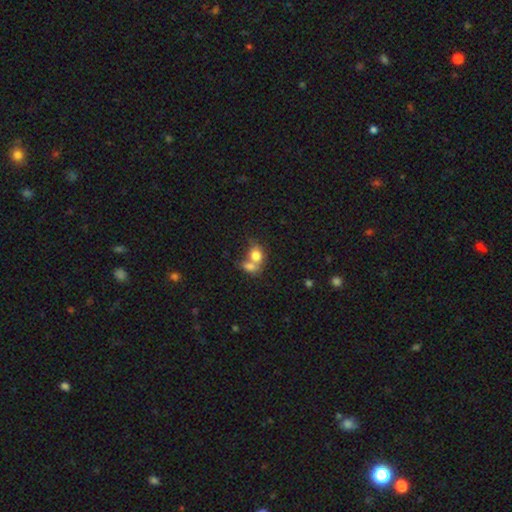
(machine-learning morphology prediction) Smooth or featured? smooth (77%)
How rounded? in between (61%)
Merging? merger (67%)